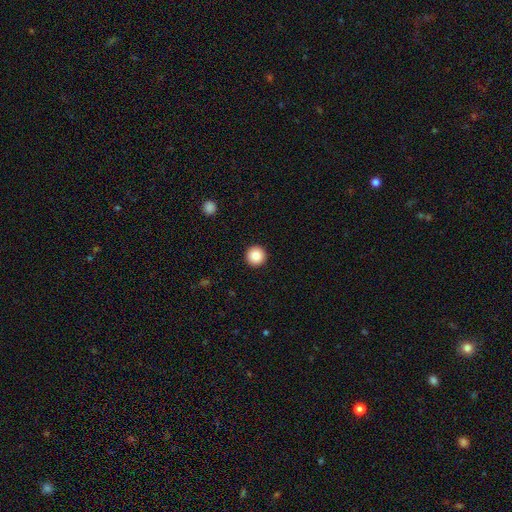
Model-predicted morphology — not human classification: smooth-or-featured: smooth: 87% | star or artifact: 9% | featured or disk: 4%
  how-rounded: round: 97% | in between: 2% | cigar-shaped: 1%
  merging: none: 94% | minor disturbance: 4% | major disturbance: 1% | merger: 1%